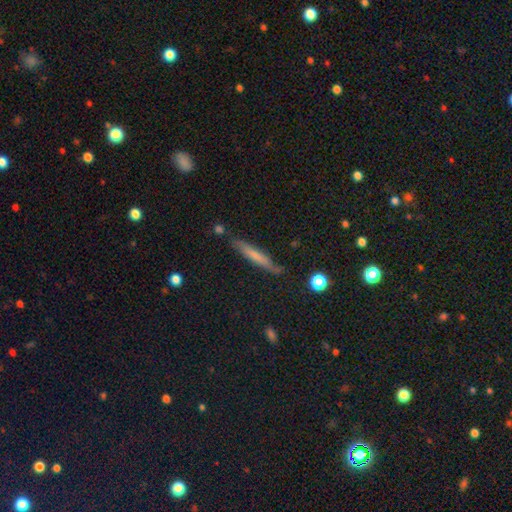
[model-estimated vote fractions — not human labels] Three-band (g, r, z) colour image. It shows a smooth galaxy with no disk features (59%) that is cigar-shaped (94%). Merging: none (81%).